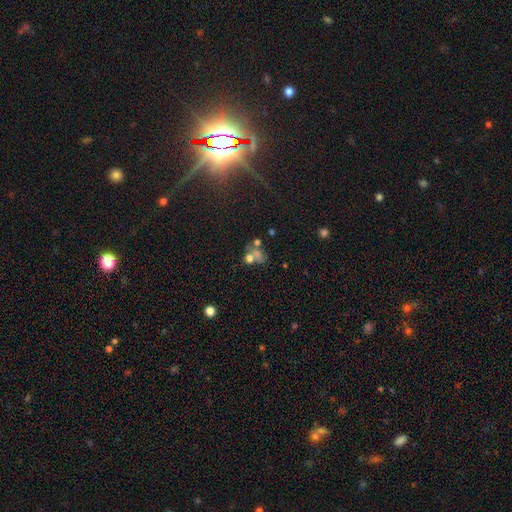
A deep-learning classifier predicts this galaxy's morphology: Smooth or featured? star or artifact (46%)